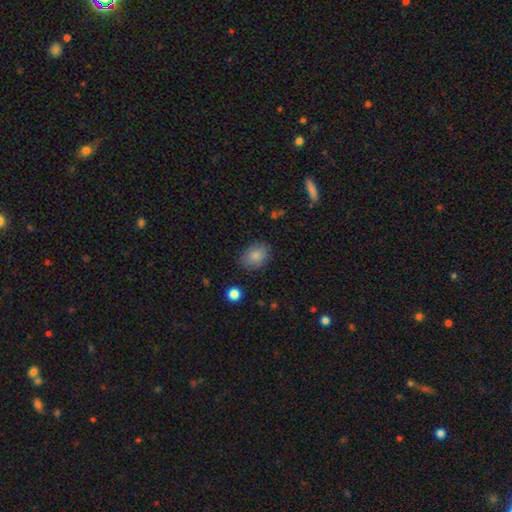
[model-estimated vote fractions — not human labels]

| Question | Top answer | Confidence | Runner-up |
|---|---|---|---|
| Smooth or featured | smooth | 83% | star or artifact (9%) |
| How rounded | in between | 73% | round (26%) |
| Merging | none | 82% | minor disturbance (13%) |